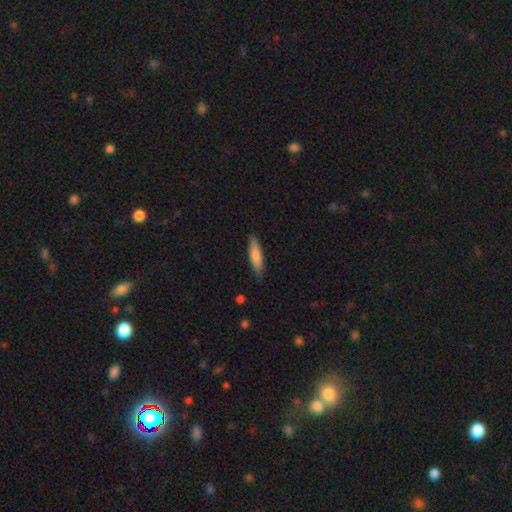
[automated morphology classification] type=smooth (81%); roundness=cigar-shaped (72%); merging=none (87%).